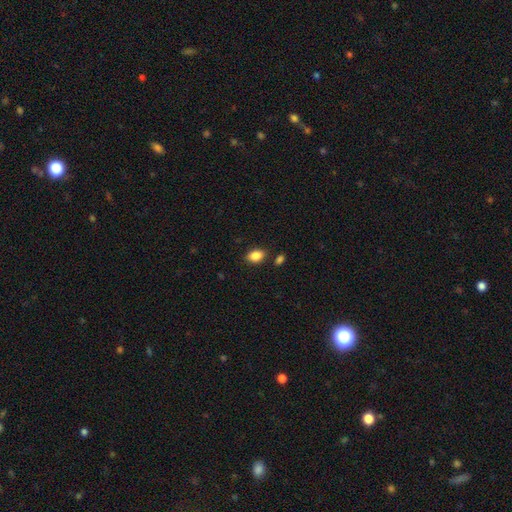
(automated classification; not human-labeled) Overall: smooth (87%). How rounded: in between (81%). Merging: none (82%).